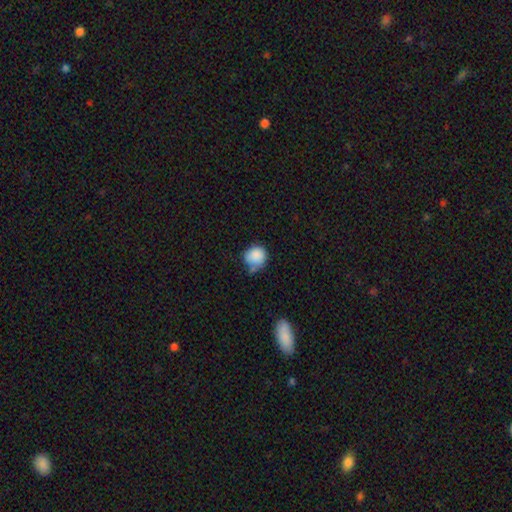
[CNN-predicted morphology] type=smooth (86%); roundness=round (87%); merging=none (48%).